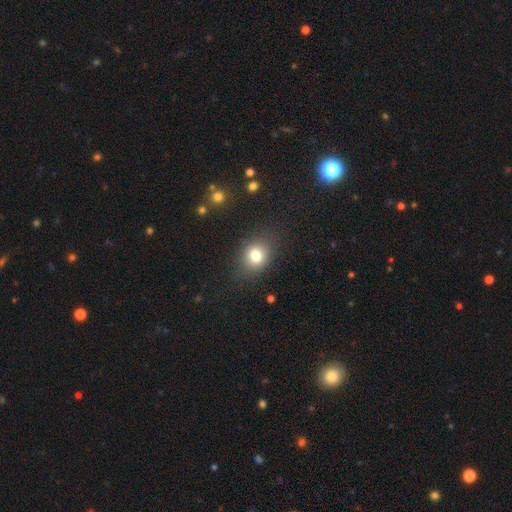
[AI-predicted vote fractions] The model was most divided on "how rounded": round: 56%, in between: 43%, cigar-shaped: 1%. More confident: merging — none (82%); smooth or featured — smooth (79%).